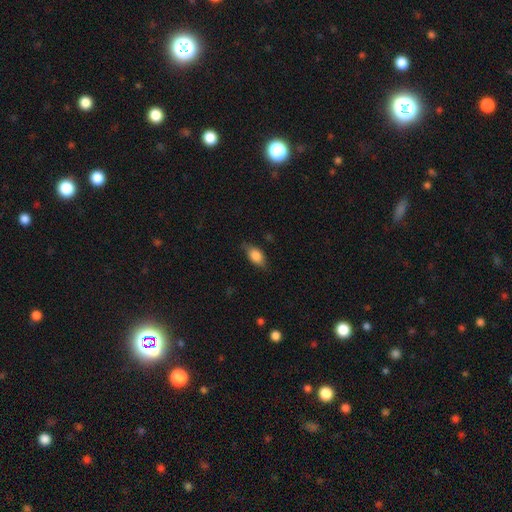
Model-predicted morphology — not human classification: Smooth or featured: smooth — 76% (featured or disk — 17%)
How rounded: in between — 84% (cigar-shaped — 8%)
Merging: none — 70% (minor disturbance — 23%)